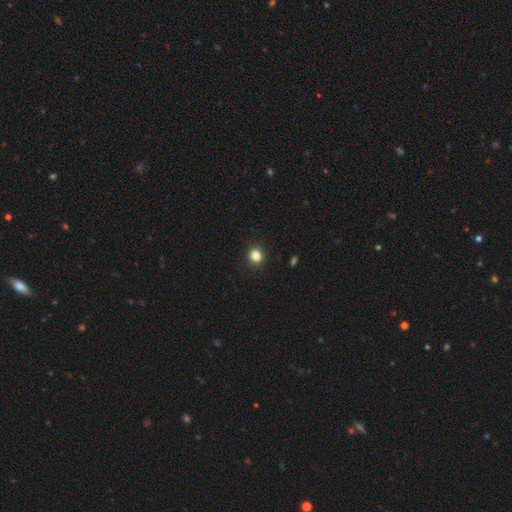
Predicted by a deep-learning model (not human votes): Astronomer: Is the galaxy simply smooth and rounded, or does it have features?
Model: smooth — 83%.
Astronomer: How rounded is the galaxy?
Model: round — 82%.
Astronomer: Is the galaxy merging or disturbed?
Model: none — 91%.